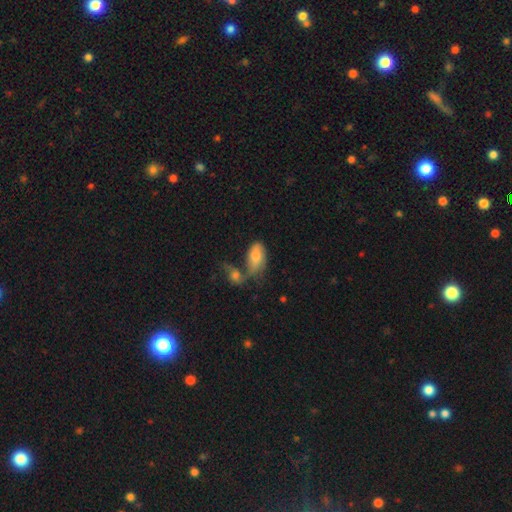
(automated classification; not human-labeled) smooth 69%, featured or disk 24%, star or artifact 7%. Down the decision tree: how rounded — in between (92%); merging — merger (51%).